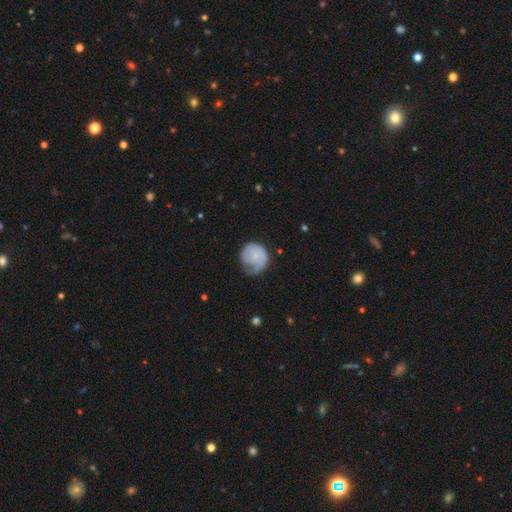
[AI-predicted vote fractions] This appears to be a smooth galaxy with no disk features (60%) that is round (83%). Merging: none (41%).